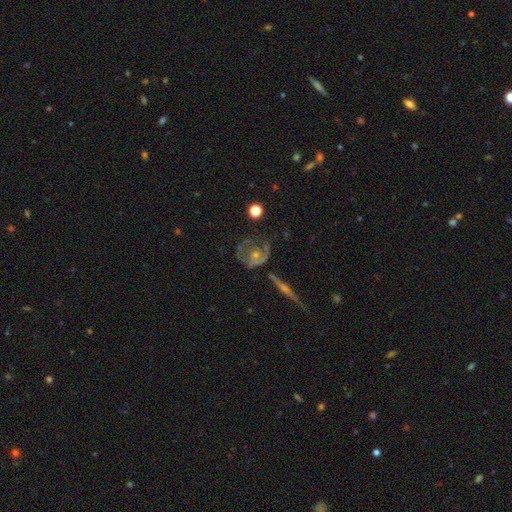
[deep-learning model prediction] The model was most divided on "bulge size": small: 53%, moderate: 39%, none: 5%, large: 2%, dominant: 1%. More confident: edge-on disk — no (90%); bar — no (80%); smooth or featured — featured or disk (72%); spiral arms — yes (59%); merging — none (51%).